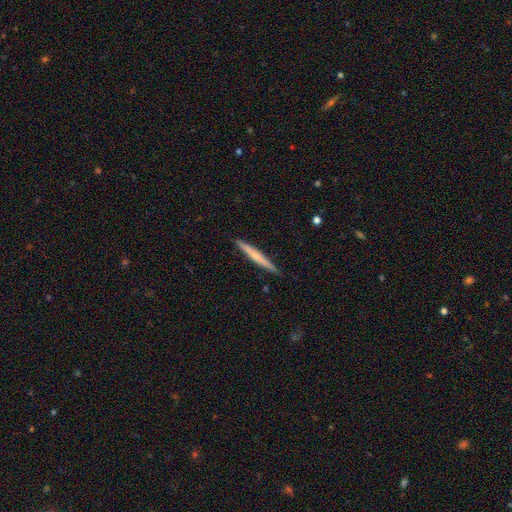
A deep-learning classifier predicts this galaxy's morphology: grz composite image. It shows a smooth galaxy with no disk features (49%). Merging: none (90%).